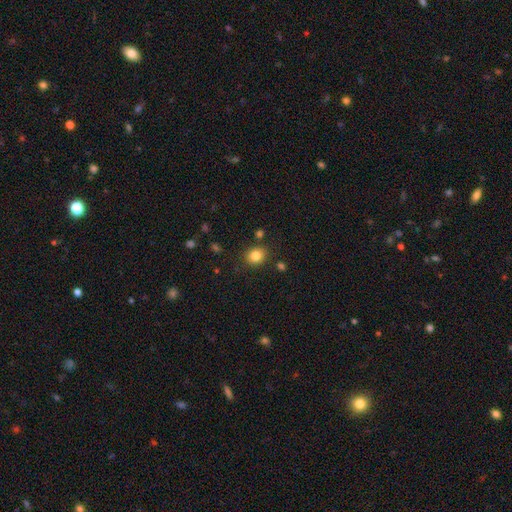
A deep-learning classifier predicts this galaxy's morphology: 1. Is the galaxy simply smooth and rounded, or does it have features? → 83% smooth, 11% star or artifact, 6% featured or disk.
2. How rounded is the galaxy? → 68% round, 31% in between, 1% cigar-shaped.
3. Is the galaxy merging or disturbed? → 84% none, 9% minor disturbance, 4% merger, 3% major disturbance.